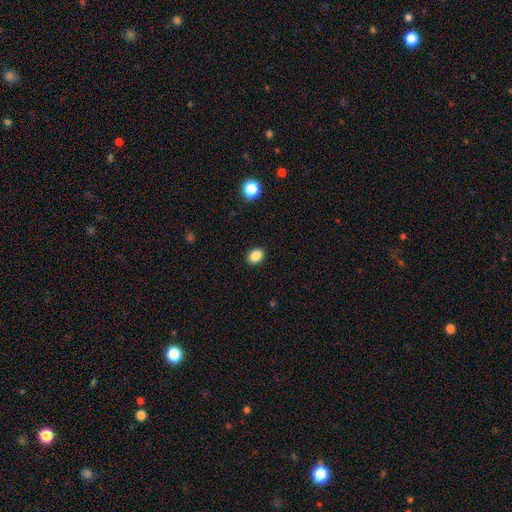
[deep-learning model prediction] smooth_or_featured: smooth (p=0.87) [alt: star or artifact p=0.10]
how_rounded: in between (p=0.56) [alt: round p=0.43]
merging: none (p=0.90) [alt: minor disturbance p=0.07]